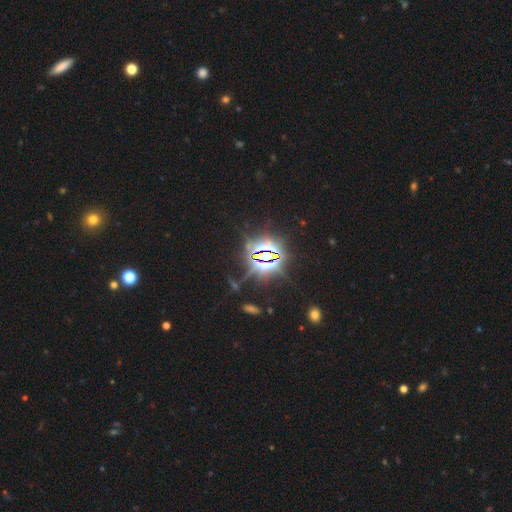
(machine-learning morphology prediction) Smooth or featured? Predicted: star or artifact (p=0.85).